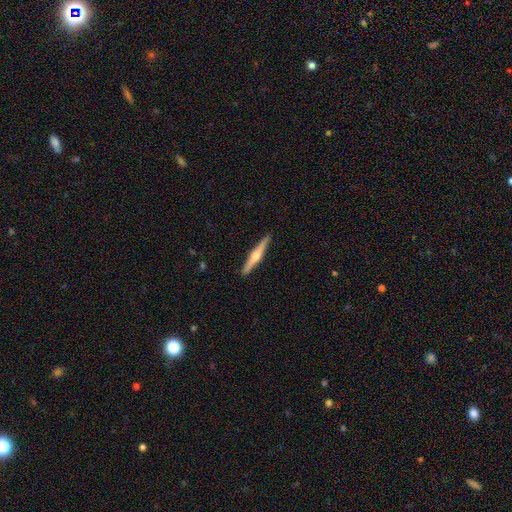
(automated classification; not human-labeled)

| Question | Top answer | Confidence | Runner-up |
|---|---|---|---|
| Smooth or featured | featured or disk | 68% | smooth (27%) |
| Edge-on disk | yes | 98% | no (2%) |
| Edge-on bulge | rounded | 92% | none (5%) |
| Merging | none | 92% | minor disturbance (6%) |